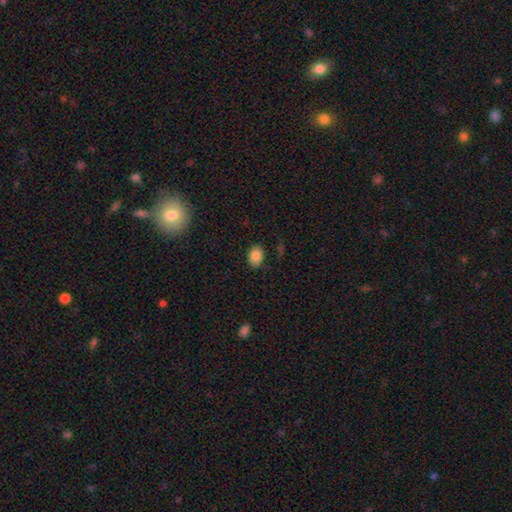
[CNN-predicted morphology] Overall: smooth (85%). How rounded: in between (71%). Merging: none (83%).